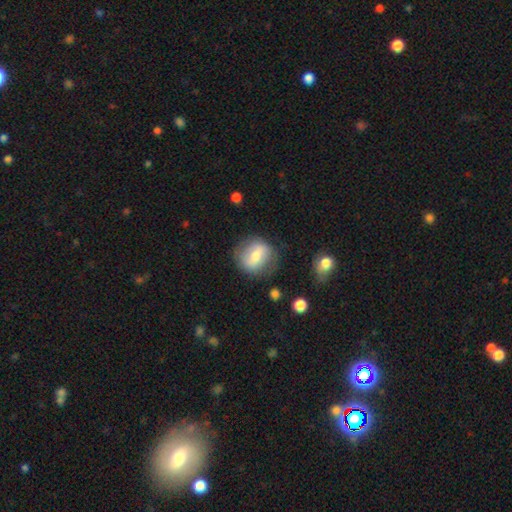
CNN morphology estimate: The model was most divided on "smooth or featured": smooth: 55%, featured or disk: 38%, star or artifact: 7%. More confident: merging — none (75%); how rounded — round (75%).